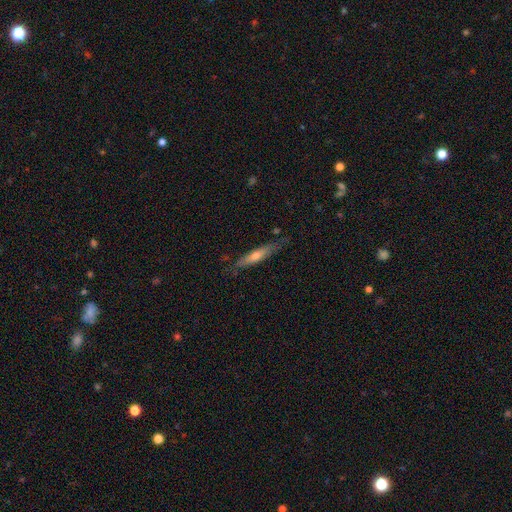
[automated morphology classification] Smooth or featured: featured or disk — 55% (smooth — 38%)
Edge-on disk: yes — 89% (no — 11%)
Merging: none — 81% (minor disturbance — 14%)